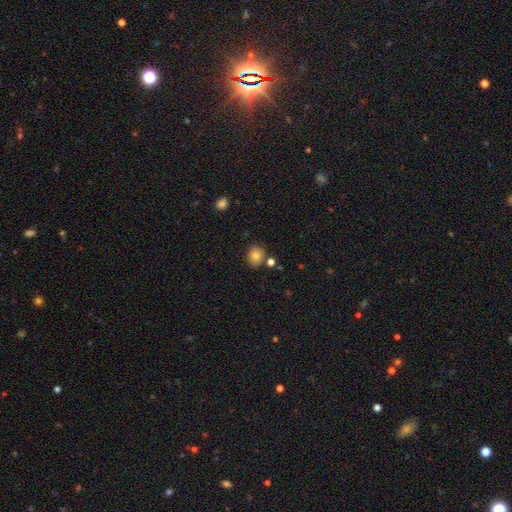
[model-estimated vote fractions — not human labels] Smooth or featured? smooth (78%)
How rounded? round (68%)
Merging? none (78%)